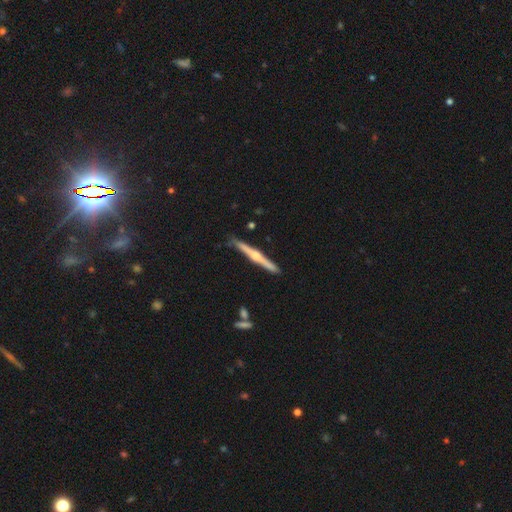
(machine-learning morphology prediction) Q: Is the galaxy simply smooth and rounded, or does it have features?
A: featured or disk — 74%.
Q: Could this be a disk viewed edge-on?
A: yes — 98%.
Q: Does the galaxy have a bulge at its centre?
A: rounded — 86%.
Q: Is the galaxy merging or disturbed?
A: none — 88%.